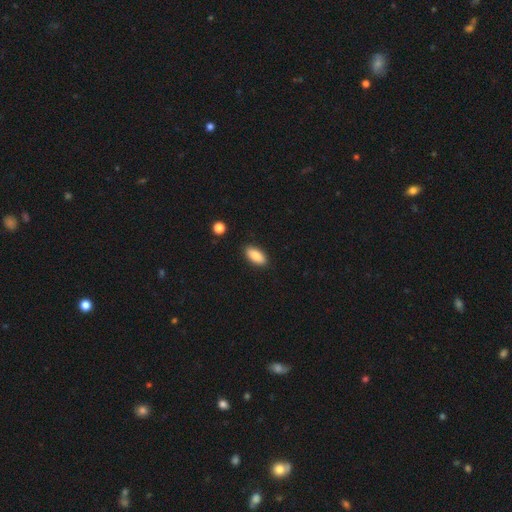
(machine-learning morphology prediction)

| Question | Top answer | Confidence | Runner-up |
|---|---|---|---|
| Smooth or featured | smooth | 86% | featured or disk (7%) |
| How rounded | in between | 89% | cigar-shaped (9%) |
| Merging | none | 89% | minor disturbance (8%) |